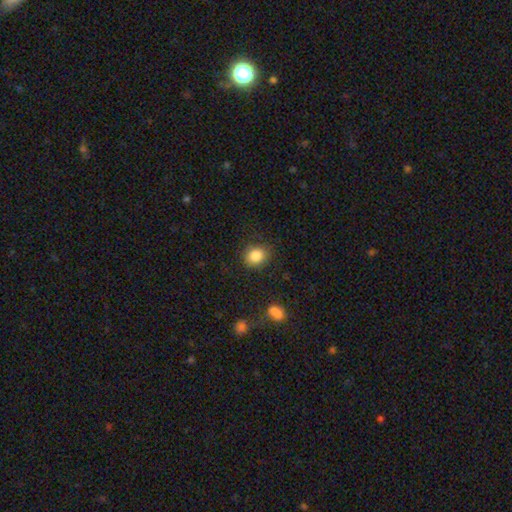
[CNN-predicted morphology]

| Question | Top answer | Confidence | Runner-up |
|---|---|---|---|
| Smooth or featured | smooth | 85% | star or artifact (9%) |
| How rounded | round | 60% | in between (39%) |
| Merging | none | 83% | minor disturbance (12%) |